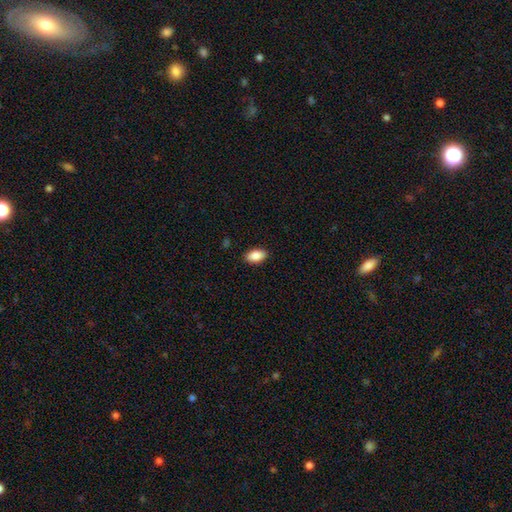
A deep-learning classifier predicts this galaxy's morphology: This appears to be a smooth galaxy with no disk features (89%) that is in between round and cigar-shaped (93%). Merging: none (89%).